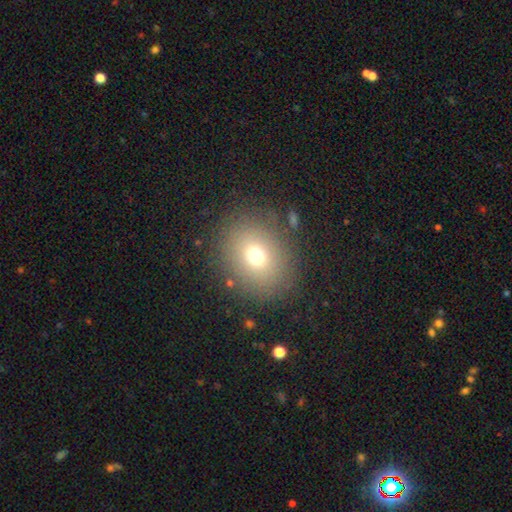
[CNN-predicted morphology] The model was most divided on "how rounded": round: 64%, in between: 35%, cigar-shaped: 1%. More confident: merging — none (83%); smooth or featured — smooth (69%).